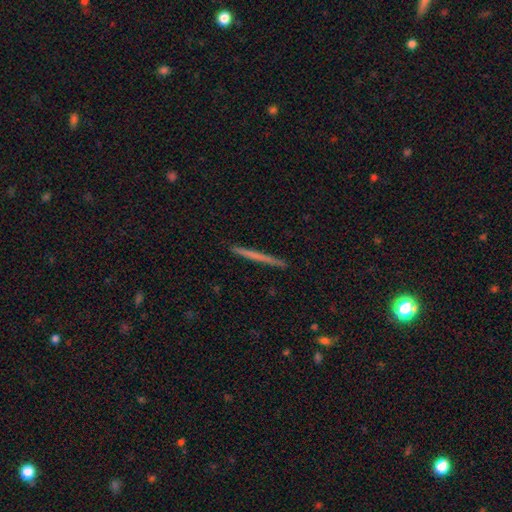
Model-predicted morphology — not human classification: smooth-or-featured: smooth: 53% | featured or disk: 41% | star or artifact: 6%
  how-rounded: cigar-shaped: 97% | in between: 2% | round: 2%
  merging: none: 93% | minor disturbance: 5% | major disturbance: 1% | merger: 1%